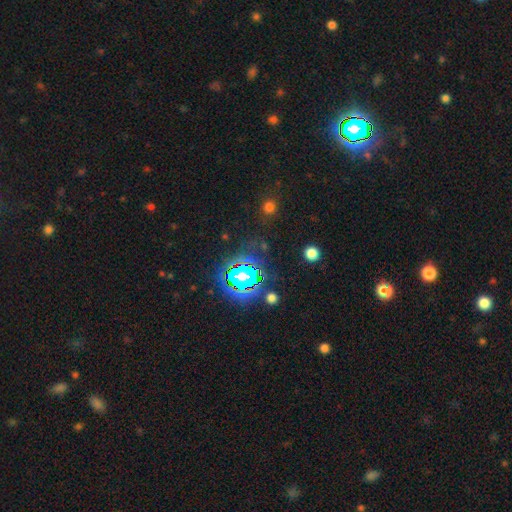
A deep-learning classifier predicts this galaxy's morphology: This appears to be a star or artifact, not a galaxy (81%).